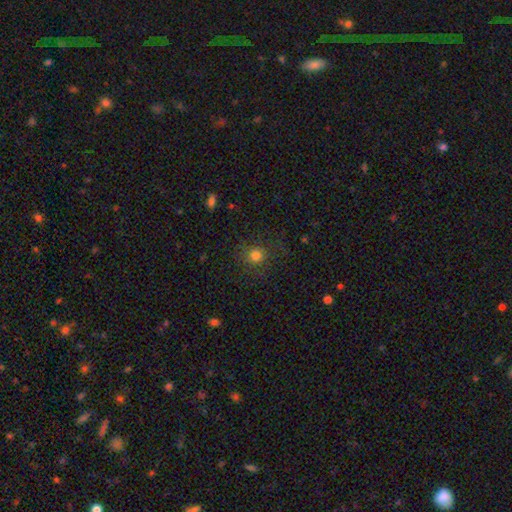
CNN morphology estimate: Q: Smooth or featured?
A: smooth (77%); runner-up: star or artifact (16%)
Q: How rounded?
A: round (89%); runner-up: in between (10%)
Q: Merging?
A: none (82%); runner-up: minor disturbance (11%)